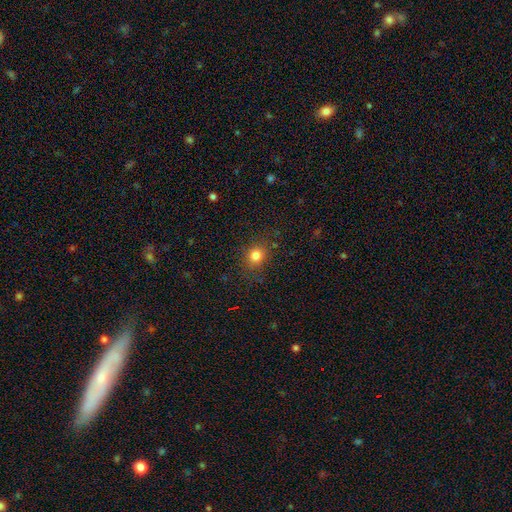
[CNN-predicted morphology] Q: Smooth or featured?
A: smooth (80%); runner-up: star or artifact (13%)
Q: How rounded?
A: round (72%); runner-up: in between (27%)
Q: Merging?
A: none (83%); runner-up: minor disturbance (11%)